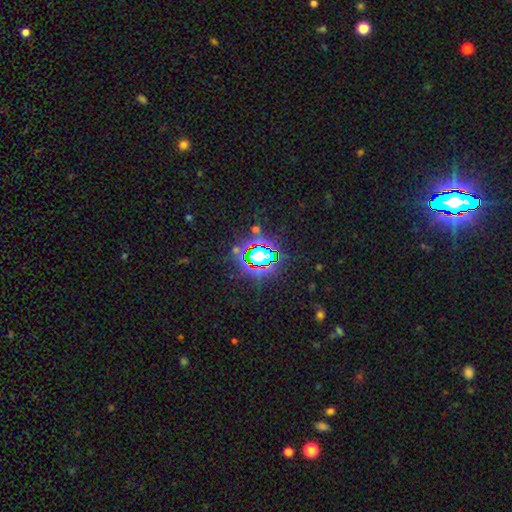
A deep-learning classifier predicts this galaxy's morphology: Smooth or featured: star or artifact — 74% (smooth — 15%)